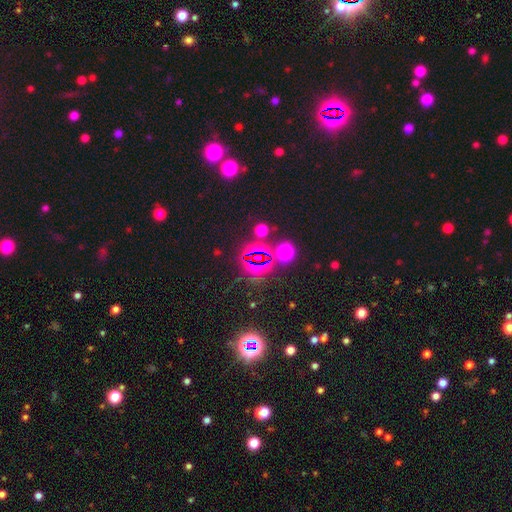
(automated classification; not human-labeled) Overall: star or artifact (79%).